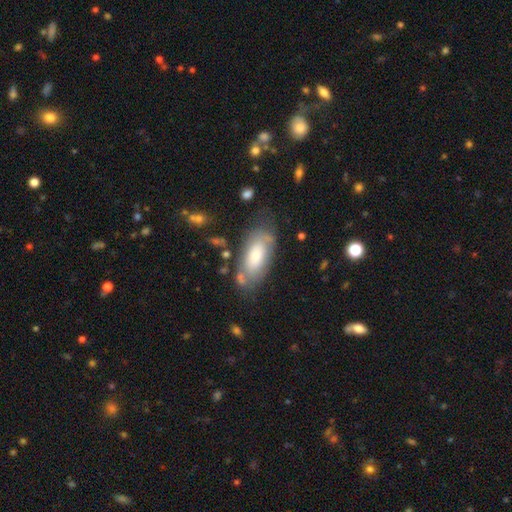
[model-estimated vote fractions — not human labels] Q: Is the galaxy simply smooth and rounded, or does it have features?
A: smooth — 64%.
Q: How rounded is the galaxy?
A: in between — 89%.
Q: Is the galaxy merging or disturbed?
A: none — 60%.